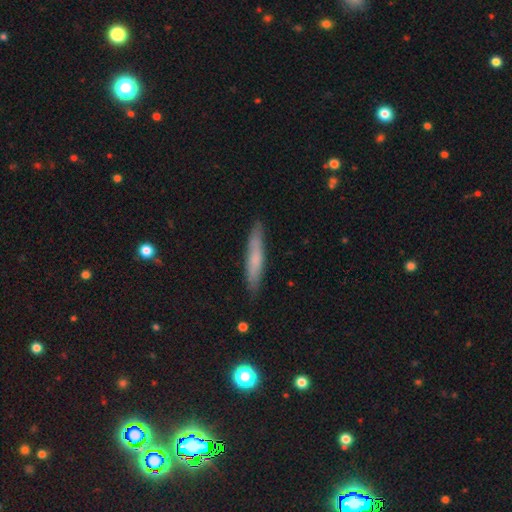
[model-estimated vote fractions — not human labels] Smooth or featured? smooth (62%)
How rounded? cigar-shaped (93%)
Merging? none (86%)